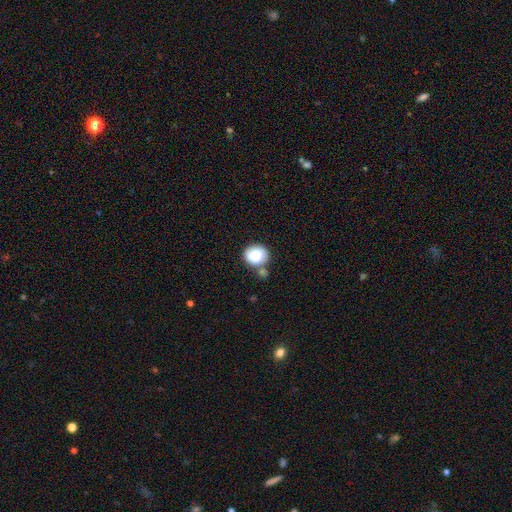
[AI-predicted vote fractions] Smooth or featured? Predicted: smooth (p=0.81). How rounded? Predicted: round (p=0.74). Merging? Predicted: none (p=0.53).